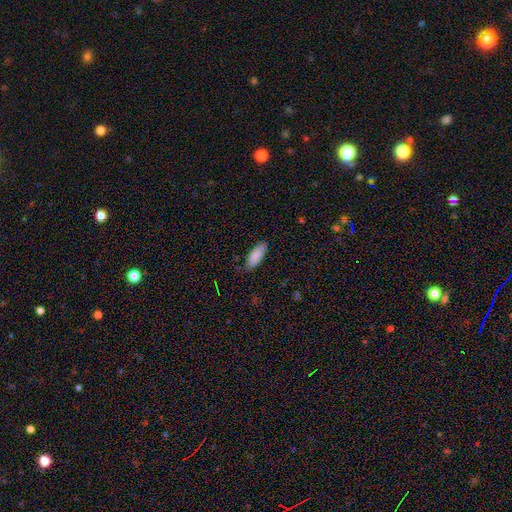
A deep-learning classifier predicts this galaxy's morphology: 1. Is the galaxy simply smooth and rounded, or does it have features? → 86% smooth, 8% featured or disk, 6% star or artifact.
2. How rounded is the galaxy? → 78% in between, 21% cigar-shaped, 2% round.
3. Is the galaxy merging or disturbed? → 83% none, 13% minor disturbance, 2% major disturbance, 1% merger.